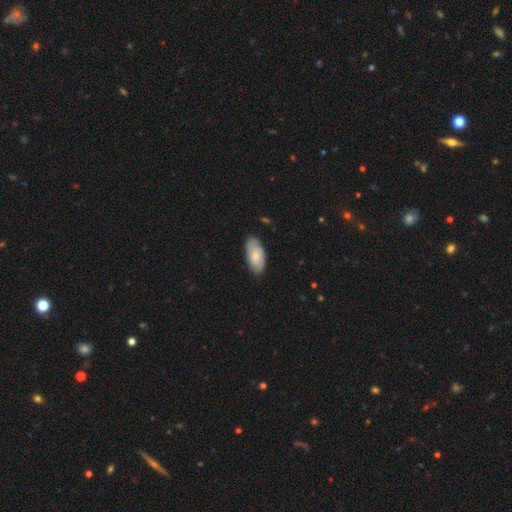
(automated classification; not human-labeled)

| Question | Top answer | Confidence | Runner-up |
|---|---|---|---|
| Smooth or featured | smooth | 71% | featured or disk (23%) |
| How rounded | in between | 92% | cigar-shaped (5%) |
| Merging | none | 78% | minor disturbance (18%) |